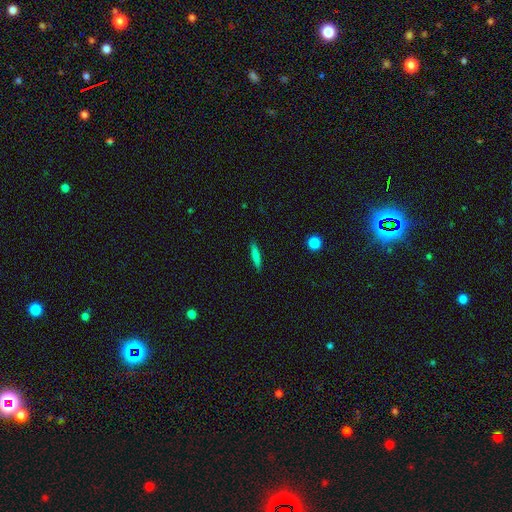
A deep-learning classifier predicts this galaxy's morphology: Smooth or featured: smooth — 77% (featured or disk — 16%)
How rounded: cigar-shaped — 90% (in between — 9%)
Merging: none — 89% (minor disturbance — 8%)